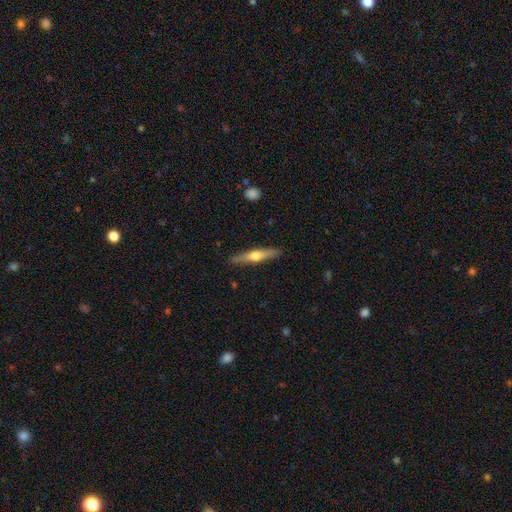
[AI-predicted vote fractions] Smooth or featured: featured or disk — 55% (smooth — 40%)
Edge-on disk: yes — 94% (no — 6%)
Edge-on bulge: rounded — 91% (none — 6%)
Merging: none — 90% (minor disturbance — 8%)